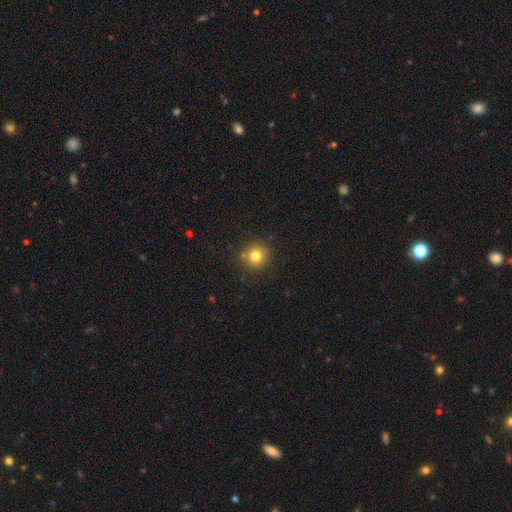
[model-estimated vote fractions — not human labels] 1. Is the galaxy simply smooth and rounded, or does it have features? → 78% smooth, 13% star or artifact, 9% featured or disk.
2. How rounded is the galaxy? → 93% round, 6% in between, 1% cigar-shaped.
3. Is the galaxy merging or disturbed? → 82% none, 9% minor disturbance, 6% merger, 3% major disturbance.